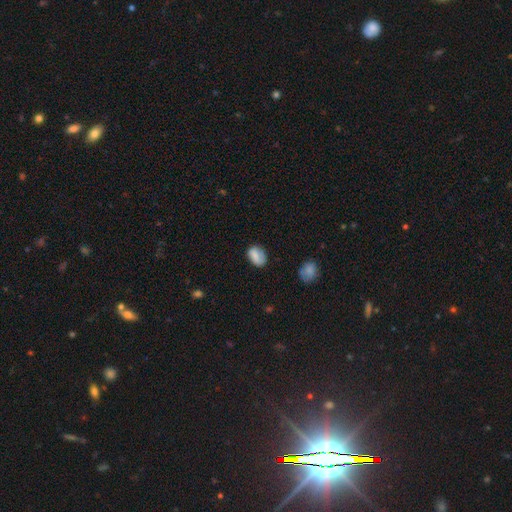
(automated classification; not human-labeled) Smooth or featured? Predicted: smooth (p=0.78). How rounded? Predicted: in between (p=0.80). Merging? Predicted: none (p=0.66).